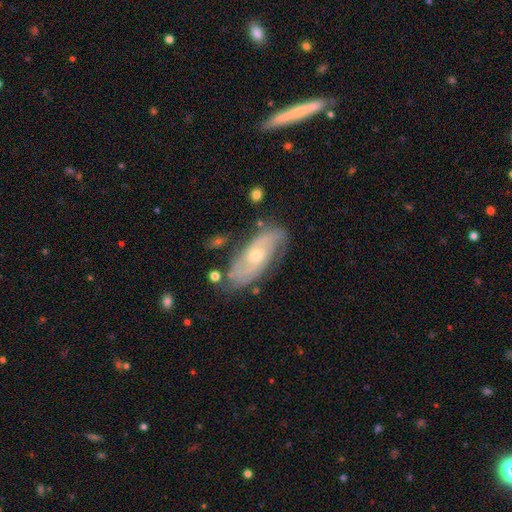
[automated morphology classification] Overall: featured or disk (77%). Edge-on disk: no (91%). Bar: no (67%). Spiral arms: yes (91%). Spiral arm count: 2 (60%; can't tell 25%). Spiral winding: tight (47%; medium 38%). Bulge size: small (53%; moderate 43%). Merging: none (73%).